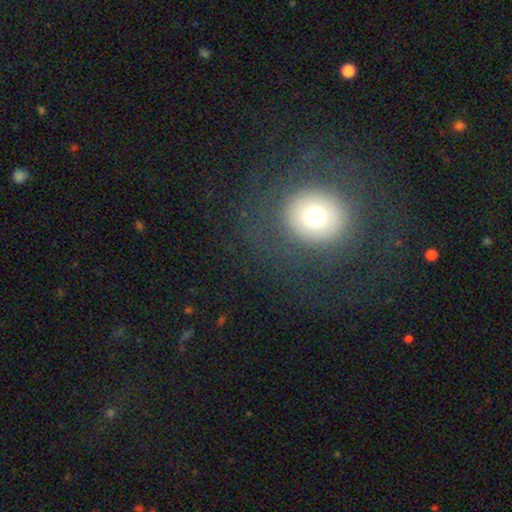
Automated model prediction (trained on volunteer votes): smooth_or_featured: smooth (p=0.56) [alt: featured or disk p=0.28]
how_rounded: round (p=0.85) [alt: in between p=0.14]
merging: none (p=0.79) [alt: major disturbance p=0.11]